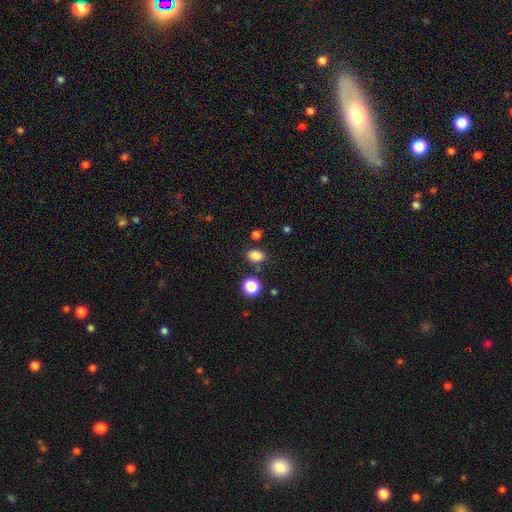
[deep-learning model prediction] A smooth galaxy with no disk features (84%) that is in between round and cigar-shaped (68%). Merging: none (79%).